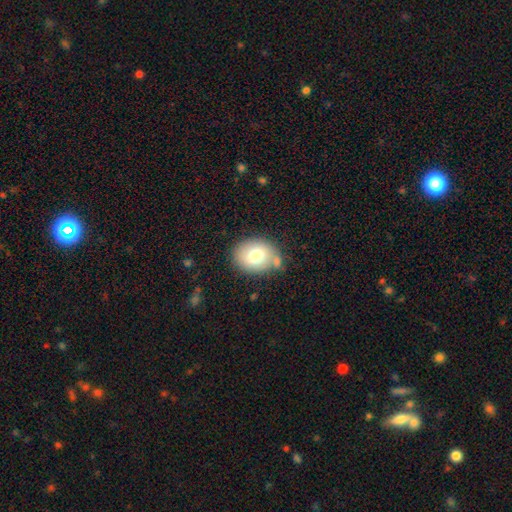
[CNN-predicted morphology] Smooth or featured?
  - smooth: 74% *
  - featured or disk: 17%
  - star or artifact: 9%
How rounded?
  - in between: 53% *
  - round: 46%
  - cigar-shaped: 1%
Merging?
  - none: 69% *
  - minor disturbance: 17%
  - merger: 10%
  - major disturbance: 5%